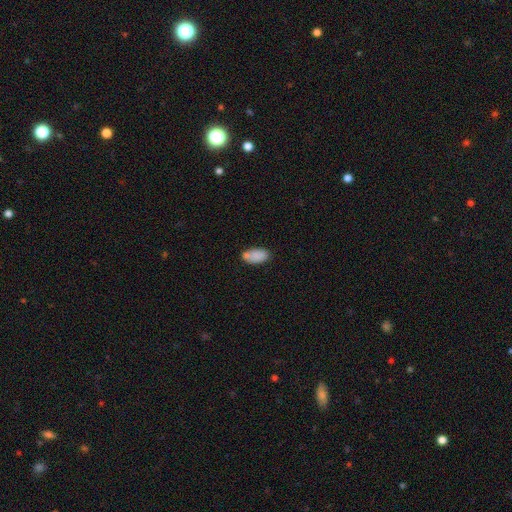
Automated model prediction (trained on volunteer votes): smooth-or-featured: smooth: 83% | featured or disk: 9% | star or artifact: 8%
  how-rounded: in between: 92% | cigar-shaped: 5% | round: 3%
  merging: none: 61% | minor disturbance: 20% | merger: 15% | major disturbance: 5%